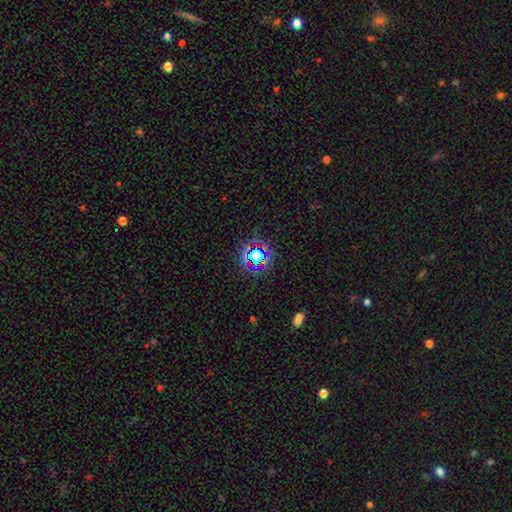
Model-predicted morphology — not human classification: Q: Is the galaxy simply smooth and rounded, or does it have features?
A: star or artifact — 67%.